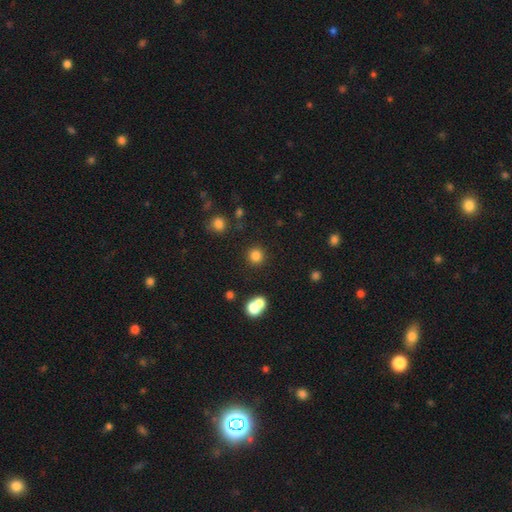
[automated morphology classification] Smooth or featured? Predicted: smooth (p=0.82). How rounded? Predicted: round (p=0.93). Merging? Predicted: none (p=0.84).